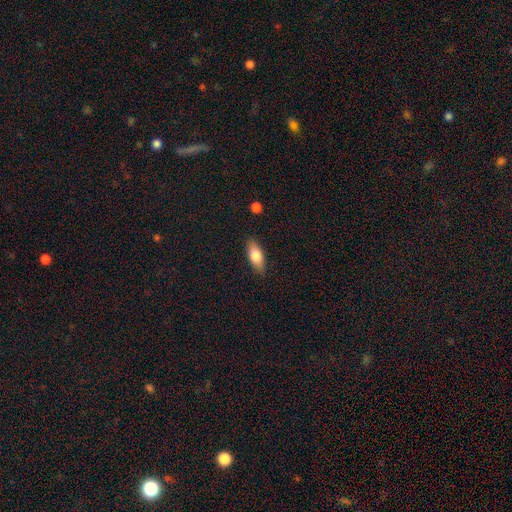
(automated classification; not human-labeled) Morphology: type=smooth (78%); roundness=in between (80%); merging=none (86%).